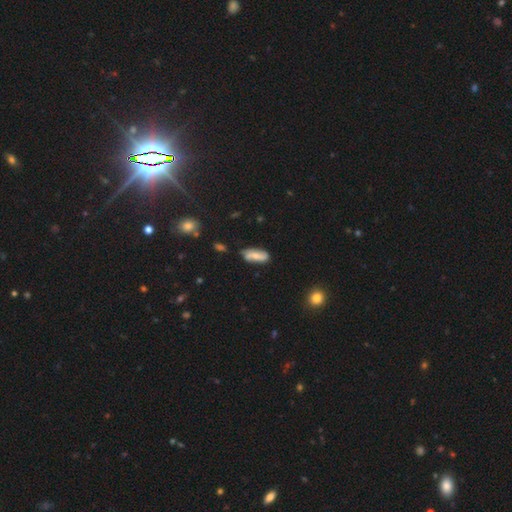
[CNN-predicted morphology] Smooth or featured: smooth — 56% (featured or disk — 36%)
How rounded: in between — 73% (cigar-shaped — 24%)
Merging: none — 64% (minor disturbance — 25%)